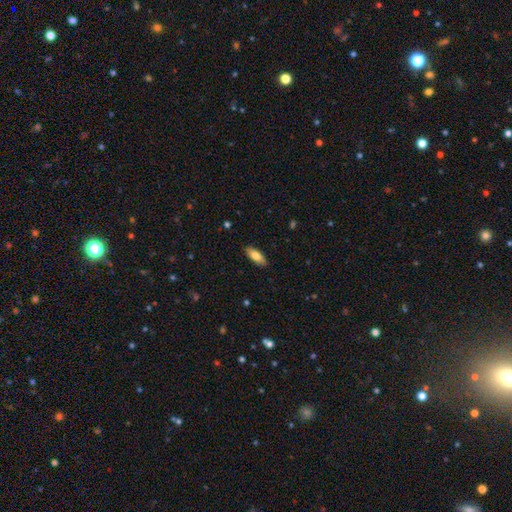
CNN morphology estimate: smooth 80%, featured or disk 14%, star or artifact 6%. Down the decision tree: how rounded — in between (77%); merging — none (88%).